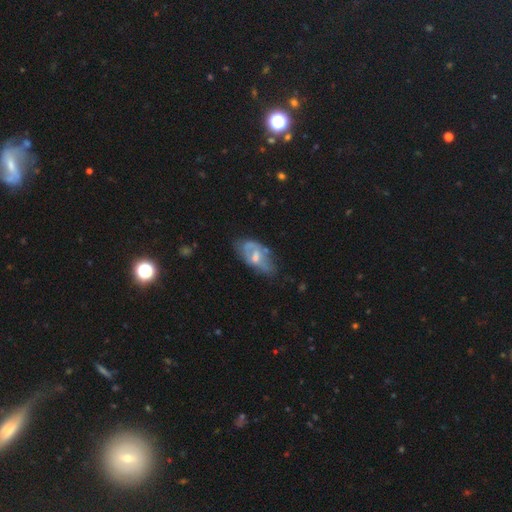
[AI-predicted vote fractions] This appears to be a featured or disk galaxy (58%) with no bar (56%), no spiral arms (52%) and a moderate central bulge (50%). Merging: none (43%).